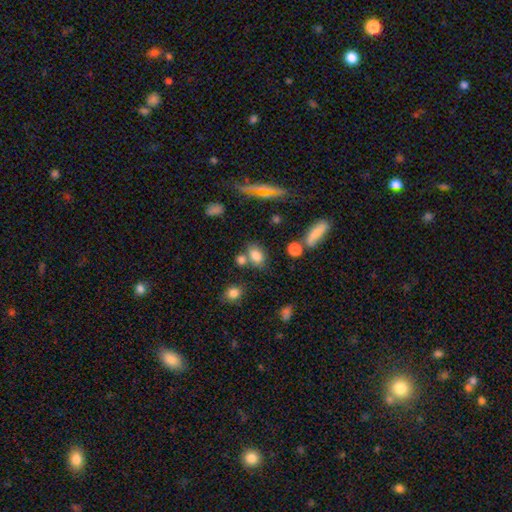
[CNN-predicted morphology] Q: Smooth or featured?
A: smooth (78%); runner-up: star or artifact (13%)
Q: How rounded?
A: in between (76%); runner-up: round (22%)
Q: Merging?
A: none (58%); runner-up: merger (21%)